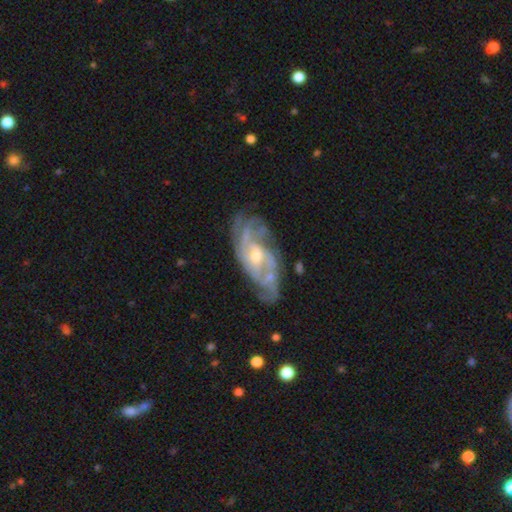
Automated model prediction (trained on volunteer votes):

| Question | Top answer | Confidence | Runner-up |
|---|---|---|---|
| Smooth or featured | featured or disk | 88% | smooth (7%) |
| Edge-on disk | no | 93% | yes (7%) |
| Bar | no | 54% | weak (36%) |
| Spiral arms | yes | 95% | no (5%) |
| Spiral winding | tight | 48% | medium (40%) |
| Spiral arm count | can't tell | 30% | 3 (24%) |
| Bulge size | moderate | 49% | small (47%) |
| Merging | none | 67% | minor disturbance (21%) |